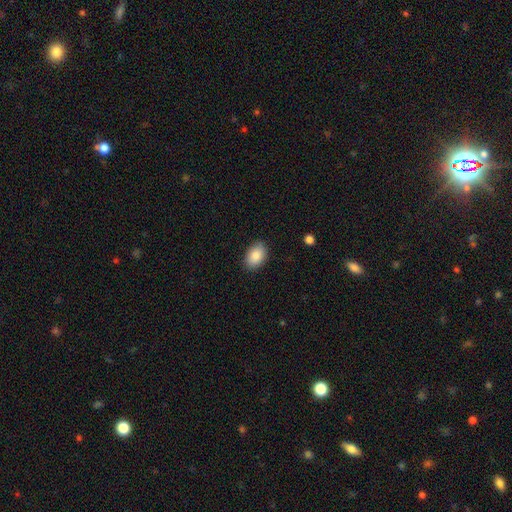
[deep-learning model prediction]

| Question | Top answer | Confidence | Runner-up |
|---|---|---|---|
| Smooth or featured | smooth | 88% | star or artifact (7%) |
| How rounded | in between | 87% | round (11%) |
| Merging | none | 86% | minor disturbance (11%) |